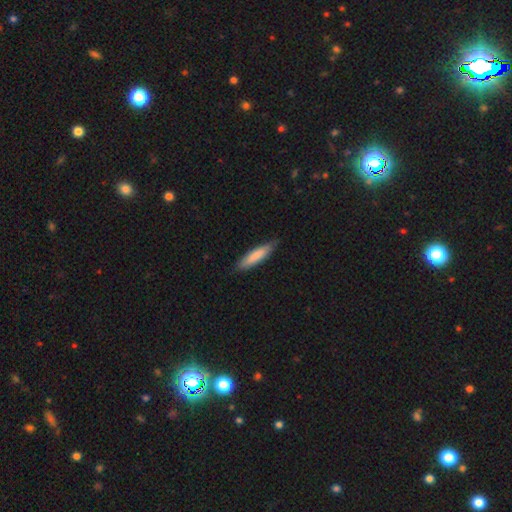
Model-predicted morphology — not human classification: smooth 81%, featured or disk 14%, star or artifact 5%. Down the decision tree: how rounded — cigar-shaped (79%); merging — none (80%).